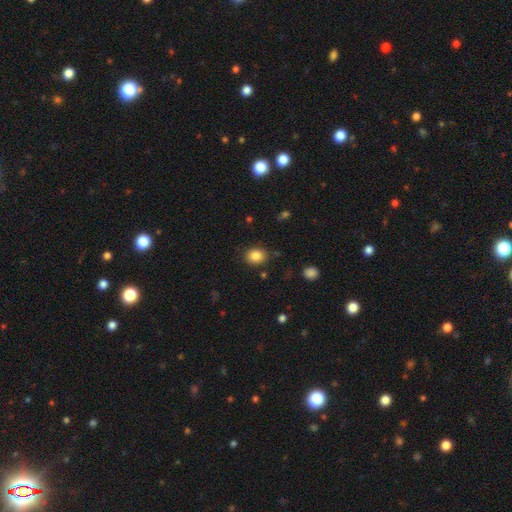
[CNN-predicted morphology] smooth-or-featured: smooth: 85% | star or artifact: 10% | featured or disk: 6%
  how-rounded: round: 52% | in between: 47% | cigar-shaped: 1%
  merging: none: 84% | minor disturbance: 11% | major disturbance: 3% | merger: 2%